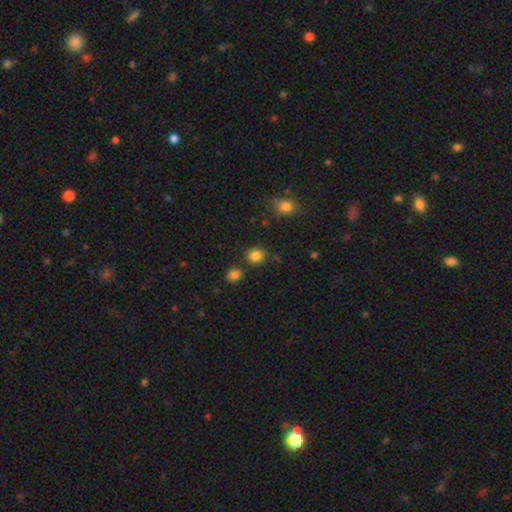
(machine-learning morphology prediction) Smooth or featured? Predicted: smooth (p=0.83). How rounded? Predicted: round (p=0.84). Merging? Predicted: none (p=0.82).